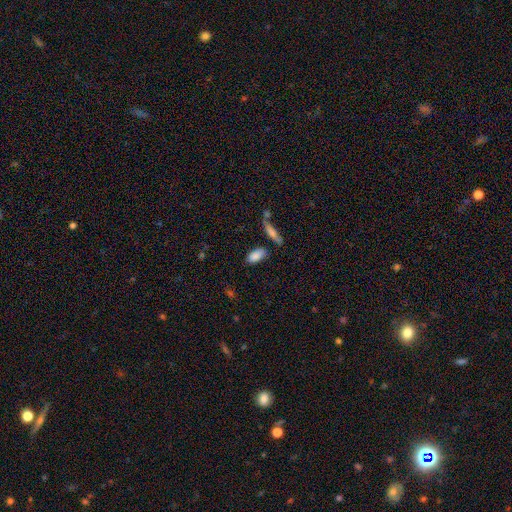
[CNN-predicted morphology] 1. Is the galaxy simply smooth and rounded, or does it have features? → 85% smooth, 7% featured or disk, 7% star or artifact.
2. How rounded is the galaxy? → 88% in between, 10% cigar-shaped, 3% round.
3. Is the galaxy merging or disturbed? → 72% none, 16% minor disturbance, 8% merger, 4% major disturbance.